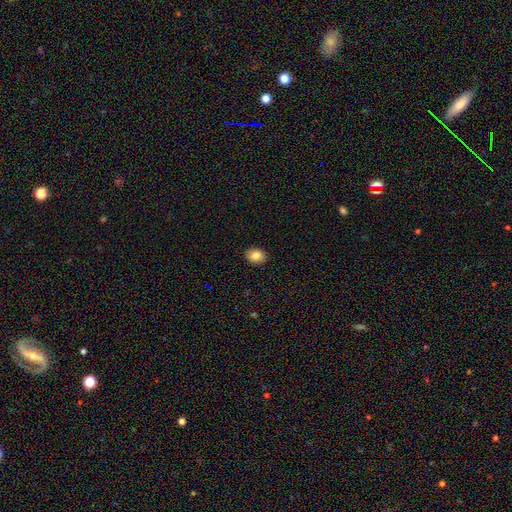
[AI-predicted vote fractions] This appears to be a smooth galaxy with no disk features (85%) that is in between round and cigar-shaped (66%). Merging: none (90%).